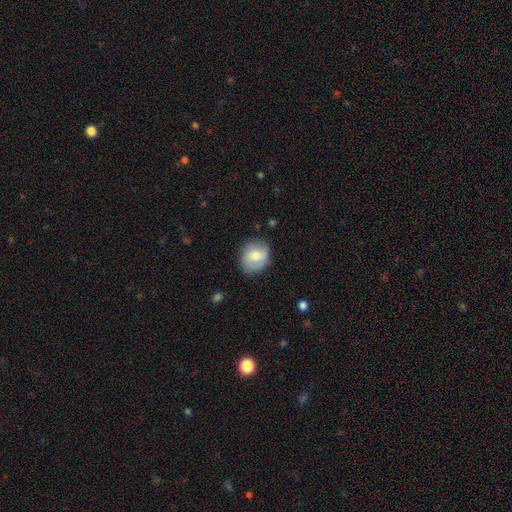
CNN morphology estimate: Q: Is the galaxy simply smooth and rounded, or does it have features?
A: smooth — 64%.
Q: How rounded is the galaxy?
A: round — 67%.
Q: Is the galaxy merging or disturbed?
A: none — 77%.